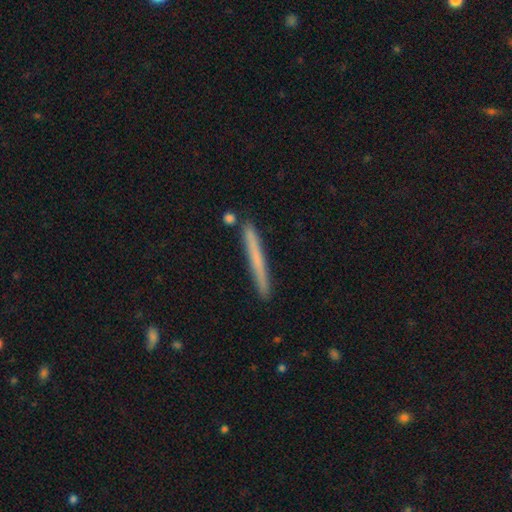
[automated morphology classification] A smooth galaxy with no disk features (59%) that is cigar-shaped (97%). Merging: none (89%).